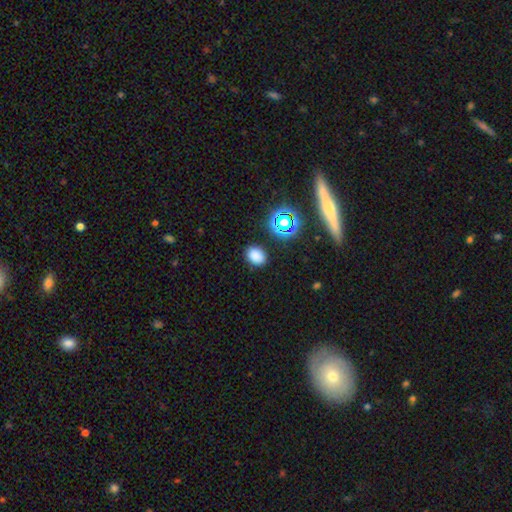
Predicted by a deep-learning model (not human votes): smooth_or_featured: smooth (p=0.78) [alt: star or artifact p=0.17]
how_rounded: in between (p=0.62) [alt: round p=0.36]
merging: none (p=0.86) [alt: minor disturbance p=0.10]